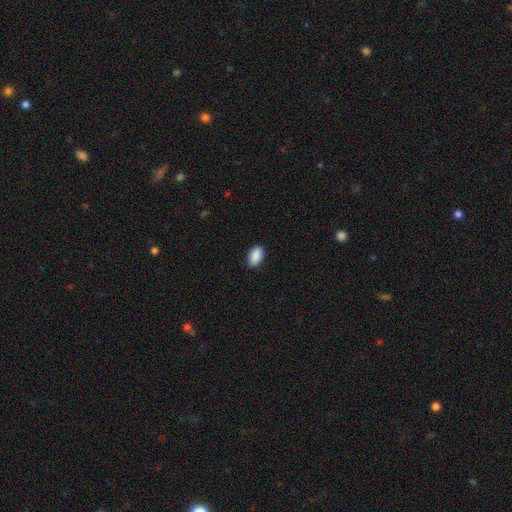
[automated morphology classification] smooth-or-featured: smooth: 91% | star or artifact: 7% | featured or disk: 3%
  how-rounded: in between: 93% | round: 5% | cigar-shaped: 2%
  merging: none: 89% | minor disturbance: 9% | major disturbance: 2% | merger: 1%